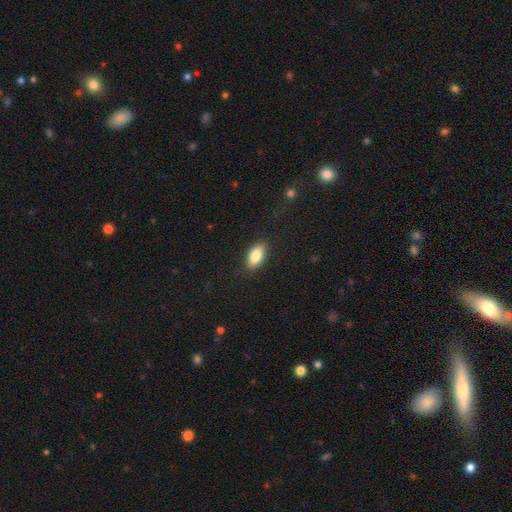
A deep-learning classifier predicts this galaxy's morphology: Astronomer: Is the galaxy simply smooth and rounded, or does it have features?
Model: smooth — 81%.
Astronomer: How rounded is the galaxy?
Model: in between — 86%.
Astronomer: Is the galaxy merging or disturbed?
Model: none — 87%.